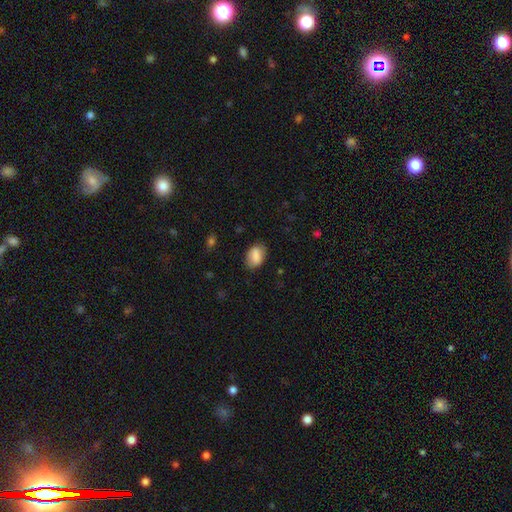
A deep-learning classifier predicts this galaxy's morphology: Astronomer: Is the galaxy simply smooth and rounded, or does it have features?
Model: smooth — 83%.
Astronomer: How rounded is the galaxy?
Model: in between — 85%.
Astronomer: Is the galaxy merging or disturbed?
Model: none — 80%.